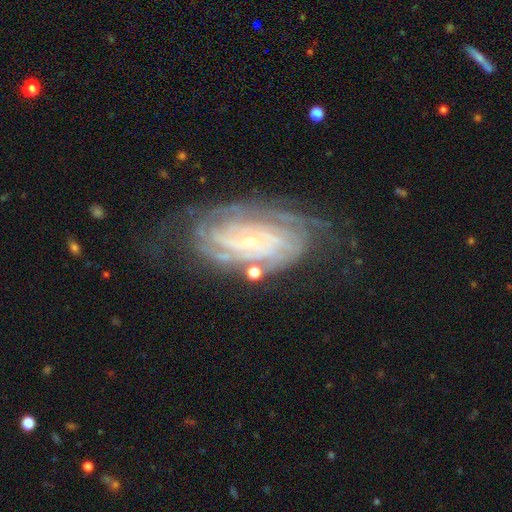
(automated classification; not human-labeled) featured or disk 84%, smooth 8%, star or artifact 8%. Down the decision tree: edge-on disk — no (94%); bar — no (64%); spiral arms — yes (94%); spiral arm count — can't tell (40%); spiral winding — tight (78%); bulge size — small (84%); merging — none (67%).